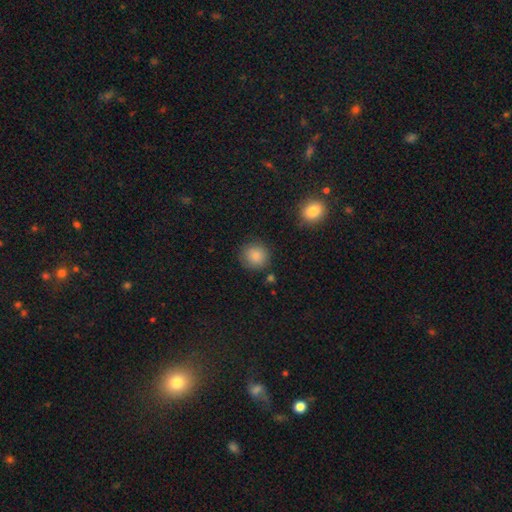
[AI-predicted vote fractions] Morphology: type=smooth (85%); roundness=round (90%); merging=none (83%).